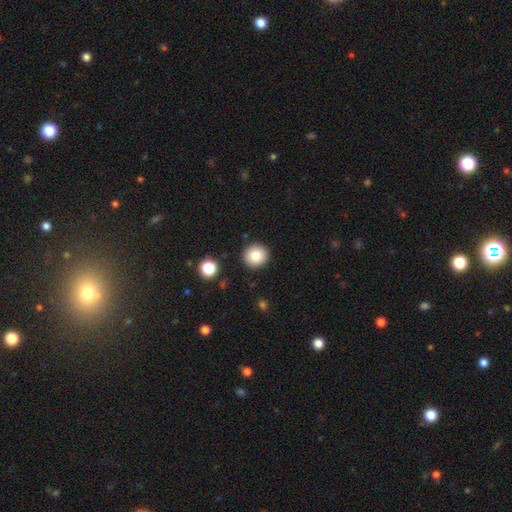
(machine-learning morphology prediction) A smooth galaxy with no disk features (84%) that is round (92%). Merging: none (91%).